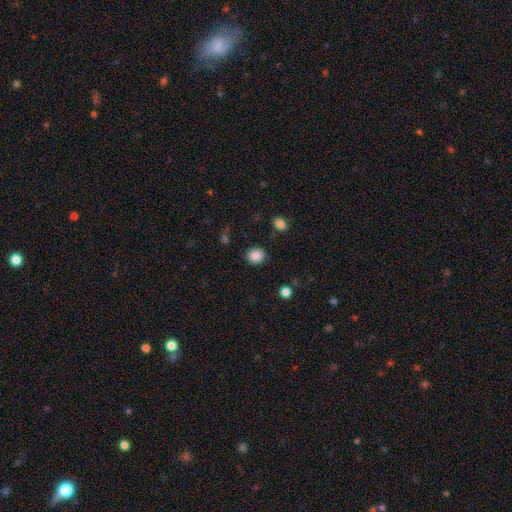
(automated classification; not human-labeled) Smooth or featured? Predicted: smooth (p=0.87). How rounded? Predicted: round (p=0.84). Merging? Predicted: none (p=0.88).